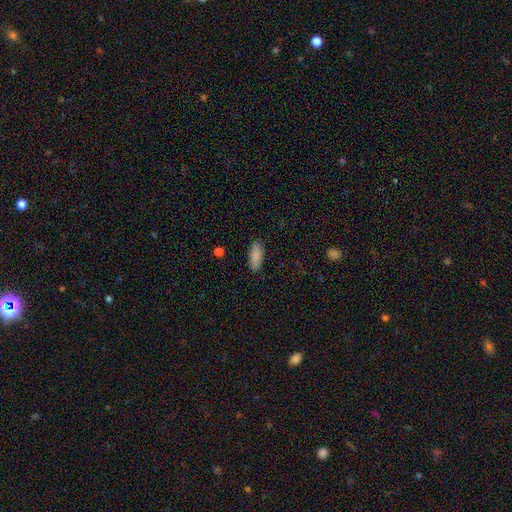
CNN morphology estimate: type=smooth (87%); roundness=in between (74%); merging=none (87%).